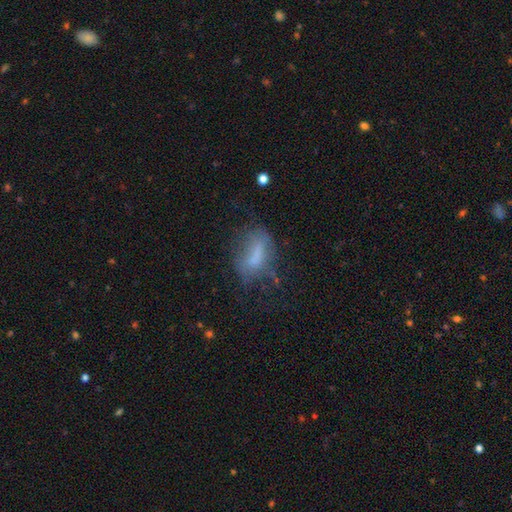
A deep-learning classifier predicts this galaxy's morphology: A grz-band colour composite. It shows a smooth galaxy with no disk features (54%) that is in between round and cigar-shaped (78%). Merging: none (41%).